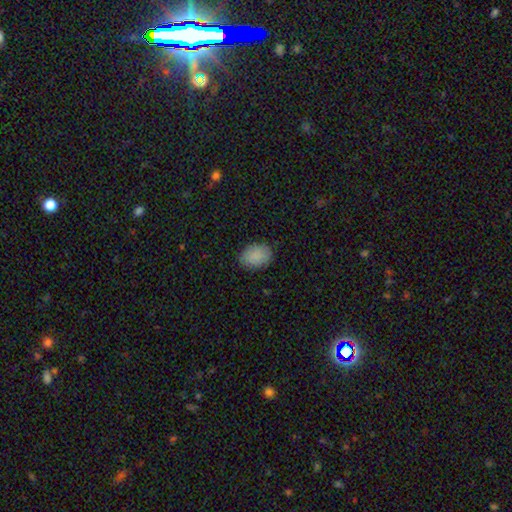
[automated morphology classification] Overall: smooth (88%). How rounded: in between (68%; round 31%). Merging: none (85%).